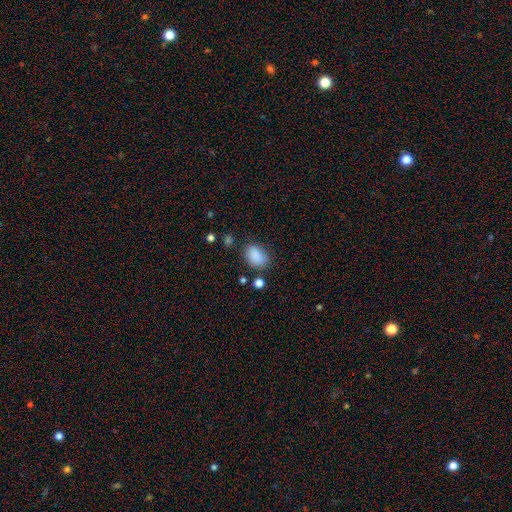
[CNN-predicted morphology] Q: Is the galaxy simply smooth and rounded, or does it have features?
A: smooth — 86%.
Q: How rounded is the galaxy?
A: in between — 80%.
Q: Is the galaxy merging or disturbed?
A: none — 67%.